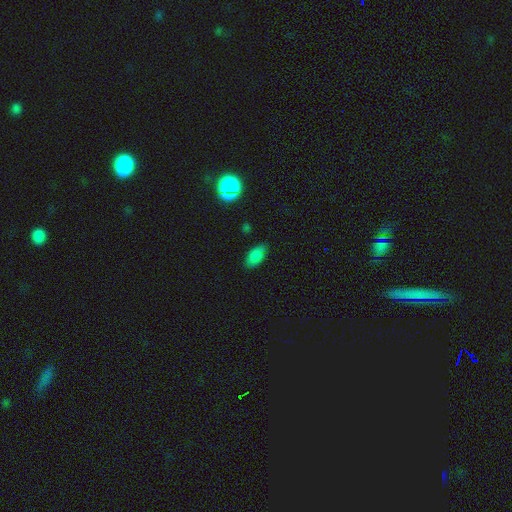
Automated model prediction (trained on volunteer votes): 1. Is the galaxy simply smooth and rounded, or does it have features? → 81% smooth, 12% star or artifact, 6% featured or disk.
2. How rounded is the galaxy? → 91% in between, 4% round, 4% cigar-shaped.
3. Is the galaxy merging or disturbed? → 78% none, 18% minor disturbance, 3% major disturbance, 1% merger.